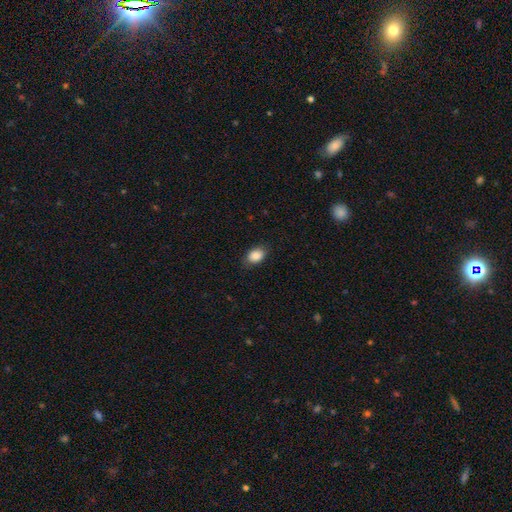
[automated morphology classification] smooth 87%, star or artifact 8%, featured or disk 5%. Down the decision tree: how rounded — in between (80%); merging — none (83%).